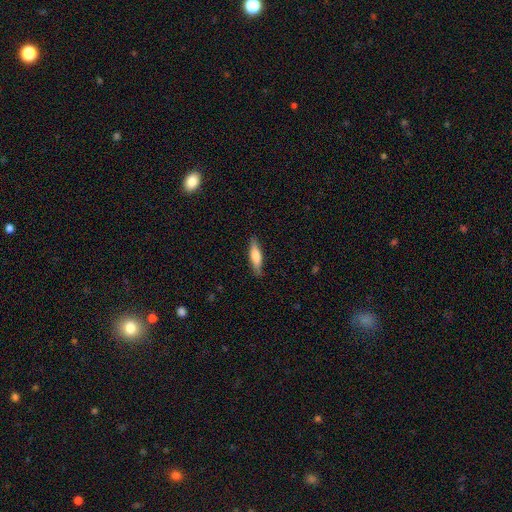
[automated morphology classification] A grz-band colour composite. It shows a smooth galaxy with no disk features (67%) that is cigar-shaped (68%). Merging: none (86%).